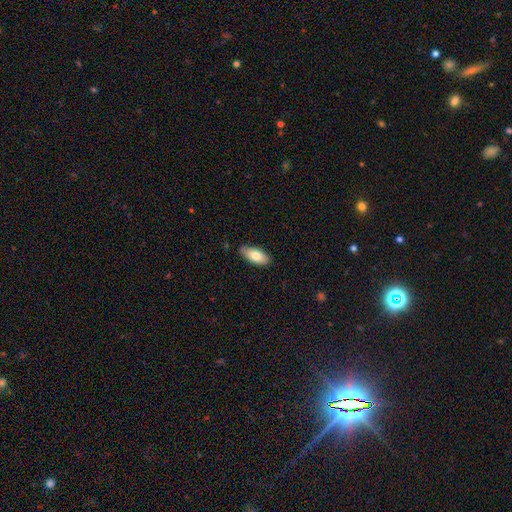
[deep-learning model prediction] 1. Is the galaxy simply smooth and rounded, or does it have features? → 78% smooth, 16% featured or disk, 6% star or artifact.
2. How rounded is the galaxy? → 89% in between, 9% cigar-shaped, 2% round.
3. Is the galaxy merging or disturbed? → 80% none, 16% minor disturbance, 2% major disturbance, 1% merger.